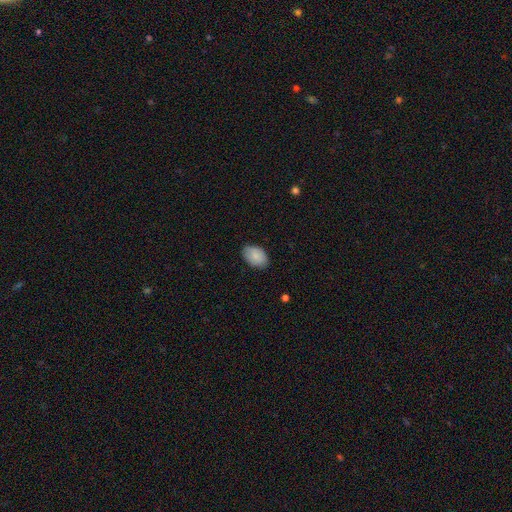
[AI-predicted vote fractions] Smooth or featured? smooth (87%)
How rounded? in between (89%)
Merging? none (83%)